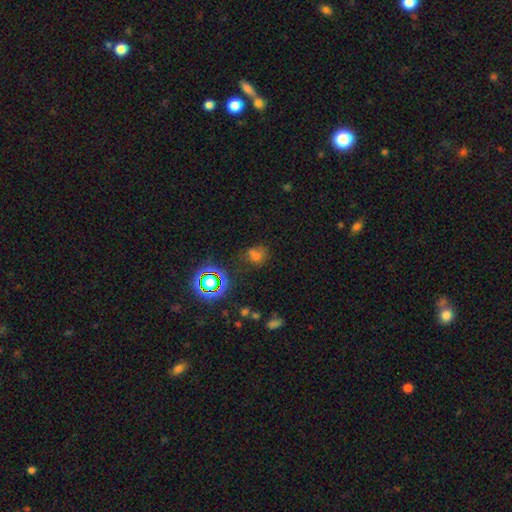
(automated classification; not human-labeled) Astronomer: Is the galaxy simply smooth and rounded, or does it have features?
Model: smooth — 54% (runner-up: star or artifact, 34%).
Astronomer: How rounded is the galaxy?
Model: in between — 49%, tied with round at 49%.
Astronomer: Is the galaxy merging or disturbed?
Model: none — 57%.